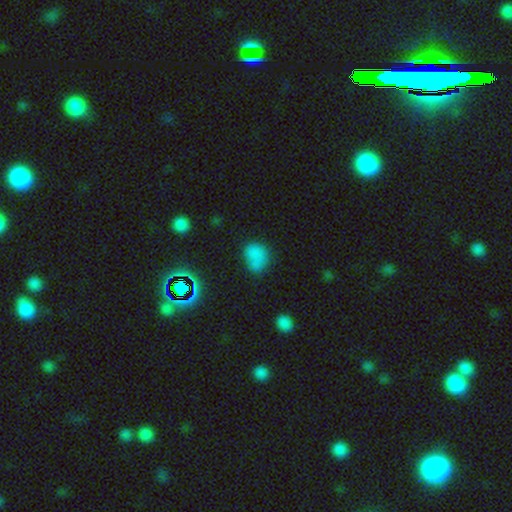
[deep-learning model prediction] A smooth galaxy with no disk features (74%) that is in between round and cigar-shaped (53%). Merging: none (60%).